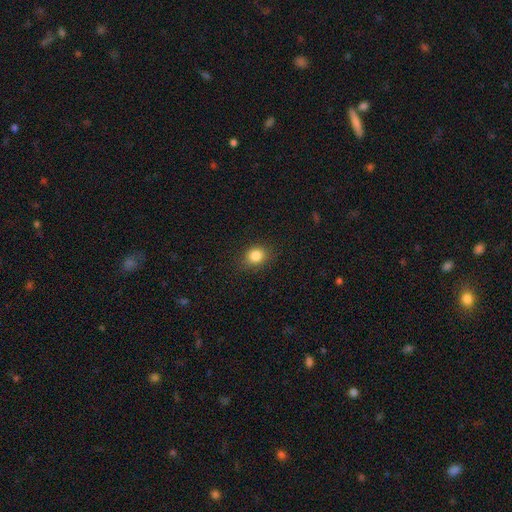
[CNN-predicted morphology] Smooth or featured? Predicted: smooth (p=0.84). How rounded? Predicted: round (p=0.61). Merging? Predicted: none (p=0.83).